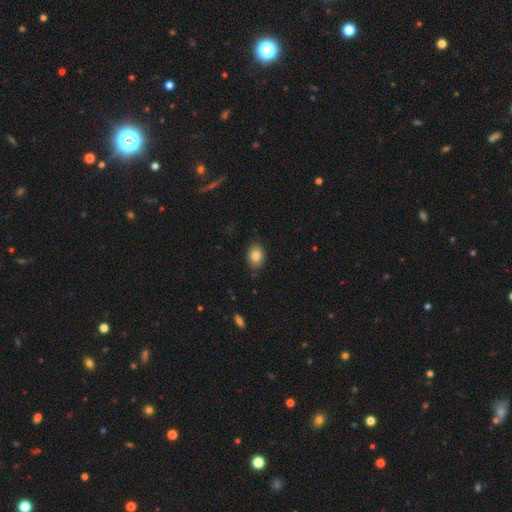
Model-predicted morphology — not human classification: A smooth galaxy with no disk features (84%) that is in between round and cigar-shaped (62%). Merging: none (85%).